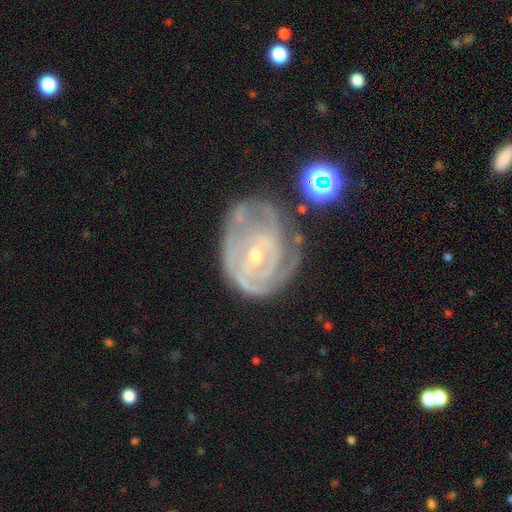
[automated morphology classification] Q: Smooth or featured?
A: featured or disk (84%); runner-up: smooth (9%)
Q: Edge-on disk?
A: no (97%); runner-up: yes (3%)
Q: Bar?
A: no (47%); runner-up: weak (41%)
Q: Spiral arms?
A: yes (92%); runner-up: no (8%)
Q: Spiral winding?
A: tight (71%); runner-up: medium (23%)
Q: Spiral arm count?
A: can't tell (38%); runner-up: 2 (25%)
Q: Bulge size?
A: small (63%); runner-up: moderate (33%)
Q: Merging?
A: none (47%); runner-up: minor disturbance (28%)